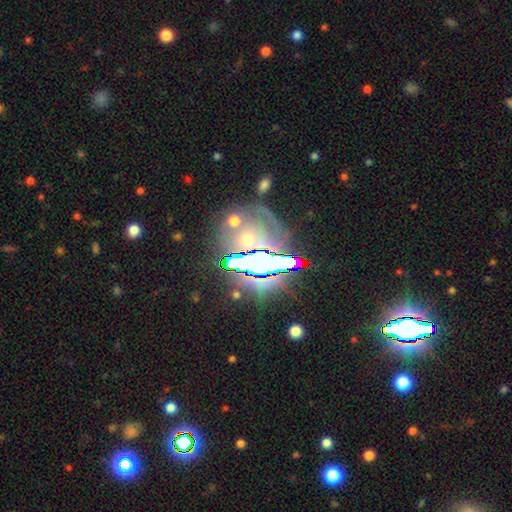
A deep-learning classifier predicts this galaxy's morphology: A star or artifact, not a galaxy (64%).